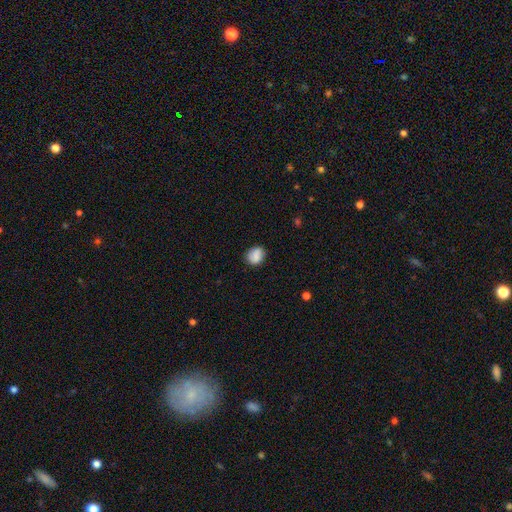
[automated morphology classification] Smooth or featured? smooth (83%)
How rounded? round (60%)
Merging? none (80%)